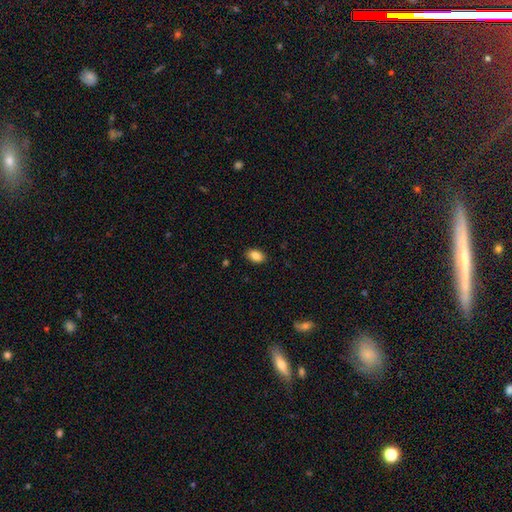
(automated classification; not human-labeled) smooth_or_featured: smooth (p=0.86) [alt: star or artifact p=0.08]
how_rounded: in between (p=0.89) [alt: round p=0.10]
merging: none (p=0.88) [alt: minor disturbance p=0.09]